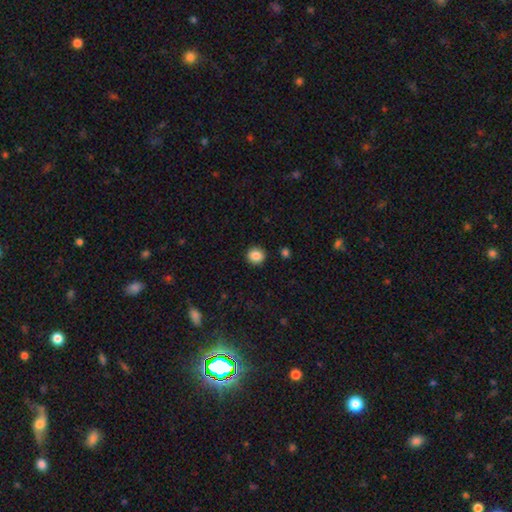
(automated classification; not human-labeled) smooth_or_featured: smooth (p=0.87) [alt: star or artifact p=0.09]
how_rounded: round (p=0.85) [alt: in between p=0.14]
merging: none (p=0.91) [alt: minor disturbance p=0.06]